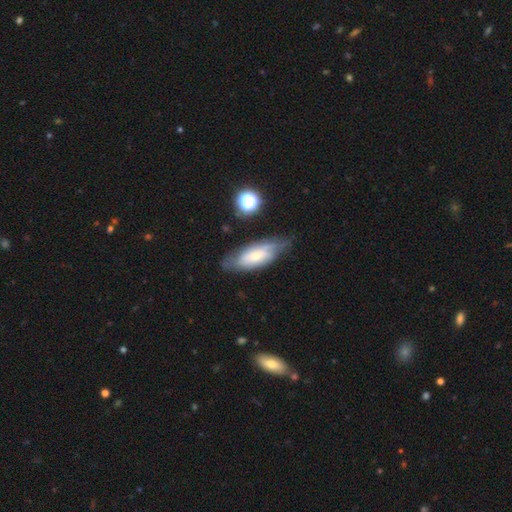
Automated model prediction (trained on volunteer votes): Smooth or featured?
  - featured or disk: 48% *
  - smooth: 43%
  - star or artifact: 8%
Merging?
  - none: 60% *
  - minor disturbance: 28%
  - major disturbance: 10%
  - merger: 3%